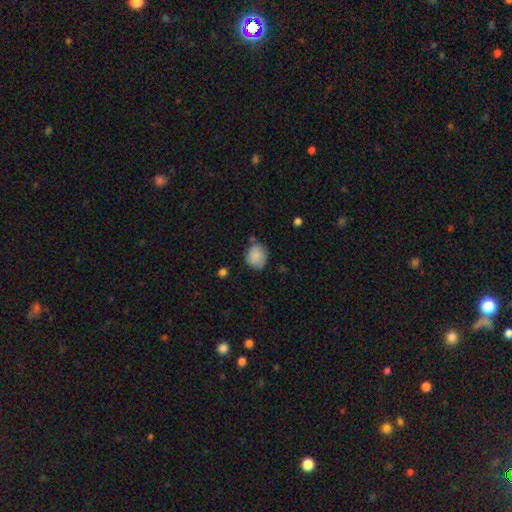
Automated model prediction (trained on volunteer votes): smooth-or-featured: smooth: 86% | star or artifact: 7% | featured or disk: 7%
  how-rounded: round: 69% | in between: 30% | cigar-shaped: 1%
  merging: none: 67% | minor disturbance: 24% | major disturbance: 5% | merger: 5%